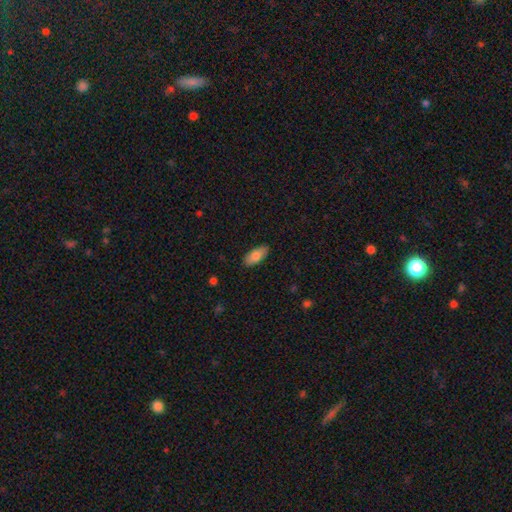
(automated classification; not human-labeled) smooth_or_featured: smooth (p=0.79) [alt: featured or disk p=0.15]
how_rounded: in between (p=0.87) [alt: cigar-shaped p=0.11]
merging: none (p=0.88) [alt: minor disturbance p=0.09]